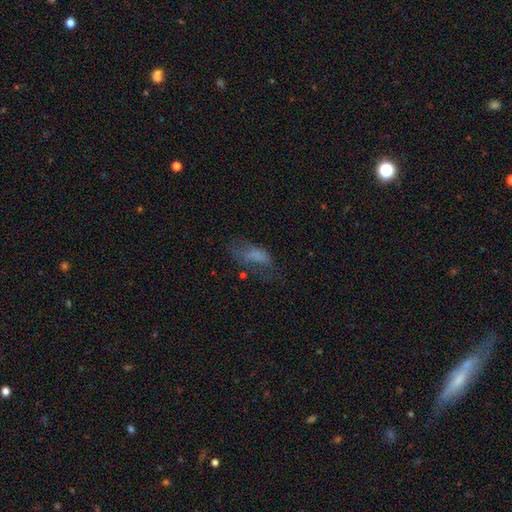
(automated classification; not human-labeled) Q: Smooth or featured?
A: smooth (58%); runner-up: featured or disk (28%)
Q: How rounded?
A: in between (84%); runner-up: cigar-shaped (12%)
Q: Merging?
A: major disturbance (37%); runner-up: none (34%)